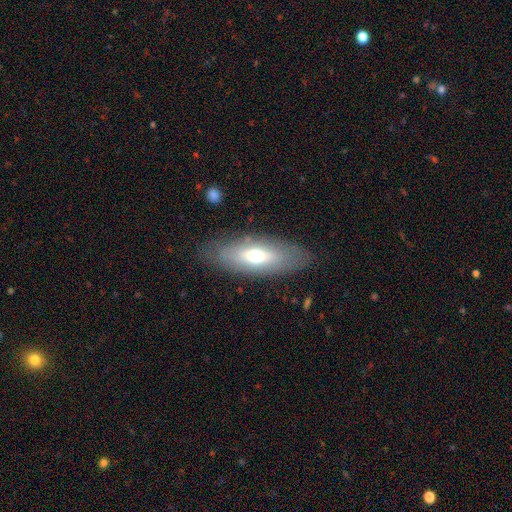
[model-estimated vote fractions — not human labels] smooth 58%, featured or disk 34%, star or artifact 7%. Down the decision tree: how rounded — in between (73%); merging — none (82%).